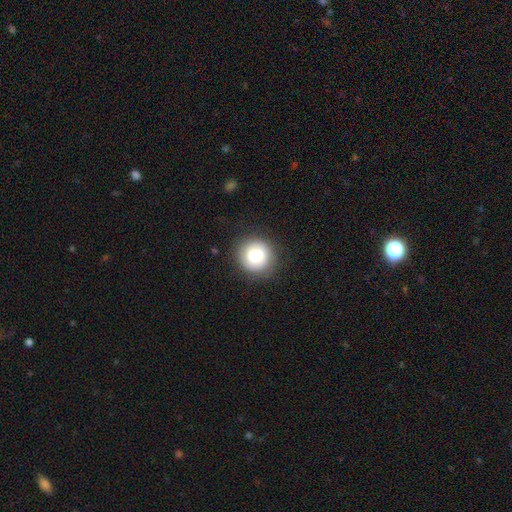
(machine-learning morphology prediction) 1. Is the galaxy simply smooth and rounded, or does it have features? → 76% smooth, 16% featured or disk, 8% star or artifact.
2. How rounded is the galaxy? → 91% round, 8% in between, 1% cigar-shaped.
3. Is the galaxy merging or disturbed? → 86% none, 10% minor disturbance, 3% major disturbance, 1% merger.